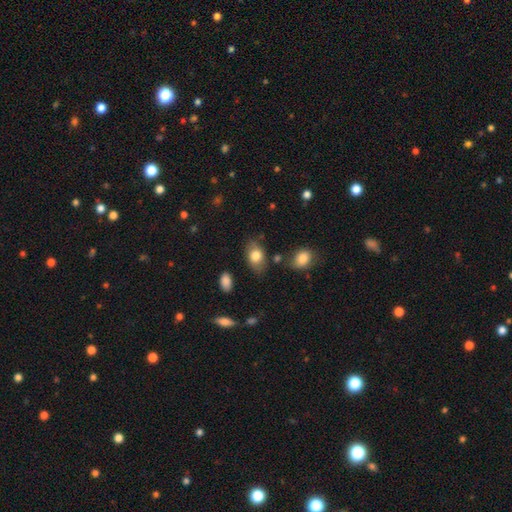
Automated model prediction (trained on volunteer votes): Morphology: type=smooth (78%); roundness=in between (87%); merging=none (72%).